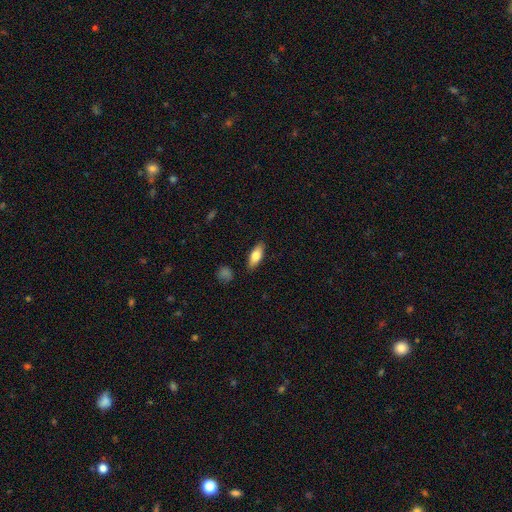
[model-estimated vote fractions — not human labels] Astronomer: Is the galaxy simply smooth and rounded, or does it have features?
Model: smooth — 74%.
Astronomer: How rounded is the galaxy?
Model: in between — 74%.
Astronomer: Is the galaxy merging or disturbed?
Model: none — 86%.